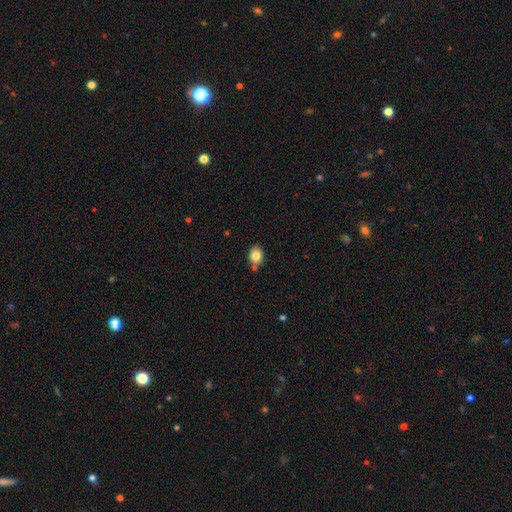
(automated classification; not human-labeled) Smooth or featured?
  - smooth: 83% *
  - star or artifact: 9%
  - featured or disk: 8%
How rounded?
  - in between: 52% *
  - round: 47%
  - cigar-shaped: 1%
Merging?
  - none: 75% *
  - minor disturbance: 13%
  - merger: 10%
  - major disturbance: 3%